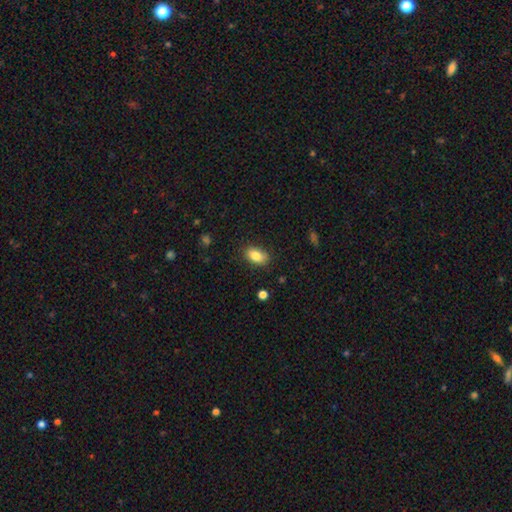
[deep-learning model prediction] Smooth or featured? smooth (85%)
How rounded? in between (90%)
Merging? none (83%)